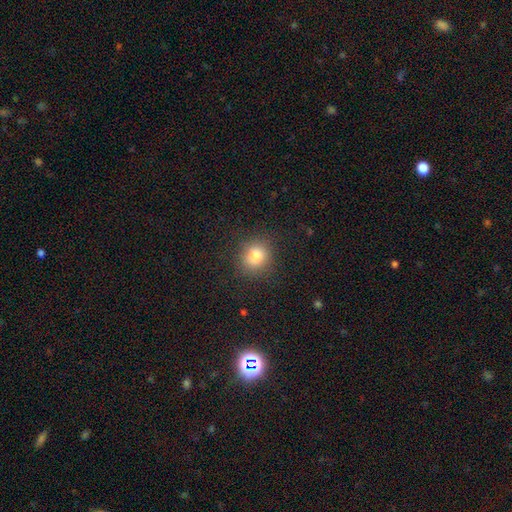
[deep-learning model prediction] smooth-or-featured: smooth: 80% | star or artifact: 12% | featured or disk: 7%
  how-rounded: round: 75% | in between: 24% | cigar-shaped: 1%
  merging: none: 84% | minor disturbance: 11% | major disturbance: 4% | merger: 1%